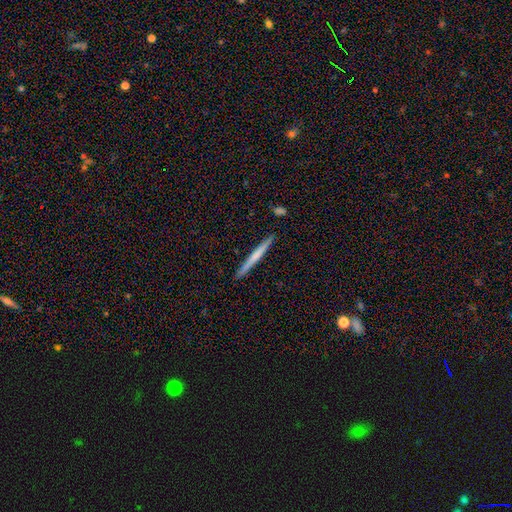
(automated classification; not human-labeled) Smooth or featured?
  - smooth: 52% *
  - featured or disk: 43%
  - star or artifact: 5%
How rounded?
  - cigar-shaped: 97% *
  - in between: 2%
  - round: 1%
Merging?
  - none: 91% *
  - minor disturbance: 6%
  - merger: 1%
  - major disturbance: 1%